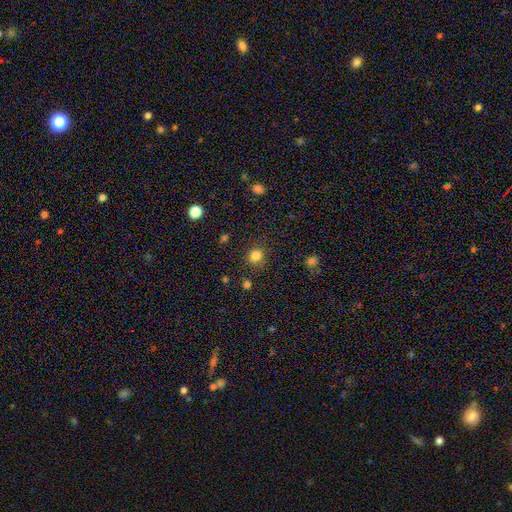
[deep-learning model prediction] A smooth galaxy with no disk features (81%) that is round (84%).

Vote fractions:
- Smooth or featured? smooth: 81% / star or artifact: 14% / featured or disk: 5%
- How rounded? round: 84% / in between: 15% / cigar-shaped: 1%
- Merging? none: 80% / minor disturbance: 13% / major disturbance: 5% / merger: 3%